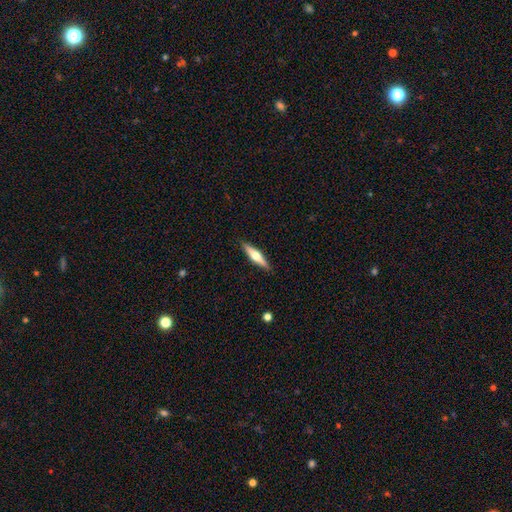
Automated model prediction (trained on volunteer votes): Morphology: type=featured or disk (53%); edge-on=yes (96%); edge-on bulge=rounded (92%); merging=none (90%).